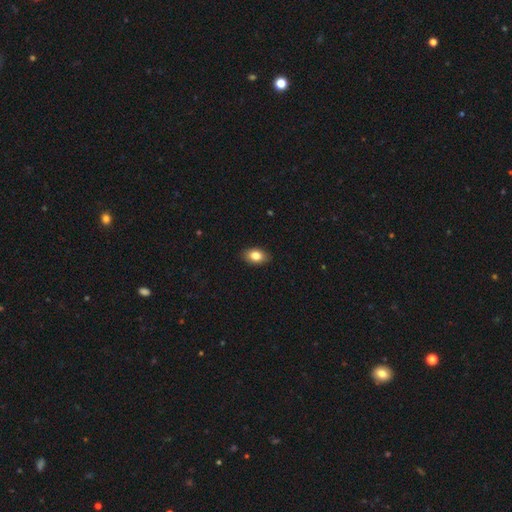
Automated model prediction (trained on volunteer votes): A smooth galaxy with no disk features (83%) that is in between round and cigar-shaped (86%).

Vote fractions:
- Smooth or featured? smooth: 83% / featured or disk: 9% / star or artifact: 8%
- How rounded? in between: 86% / round: 13% / cigar-shaped: 1%
- Merging? none: 89% / minor disturbance: 9% / major disturbance: 2% / merger: 1%